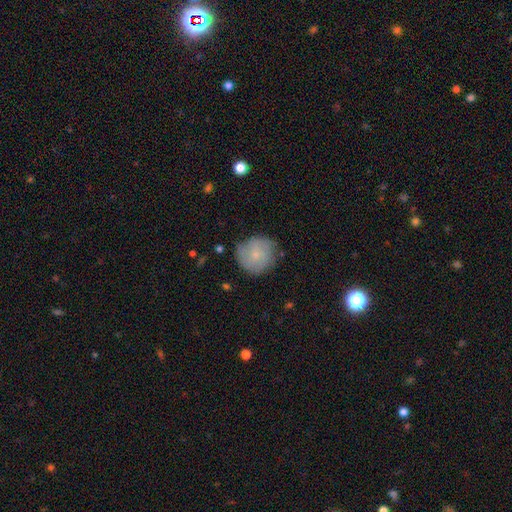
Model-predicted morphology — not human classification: smooth_or_featured: smooth (p=0.58) [alt: featured or disk p=0.34]
how_rounded: round (p=0.90) [alt: in between p=0.09]
merging: none (p=0.72) [alt: minor disturbance p=0.21]